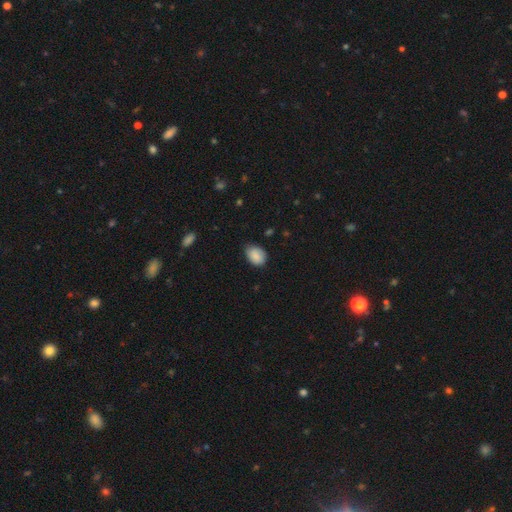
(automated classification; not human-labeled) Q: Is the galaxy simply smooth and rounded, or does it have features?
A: smooth — 87%.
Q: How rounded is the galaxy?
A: in between — 76%.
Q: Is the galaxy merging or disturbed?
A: none — 67%.